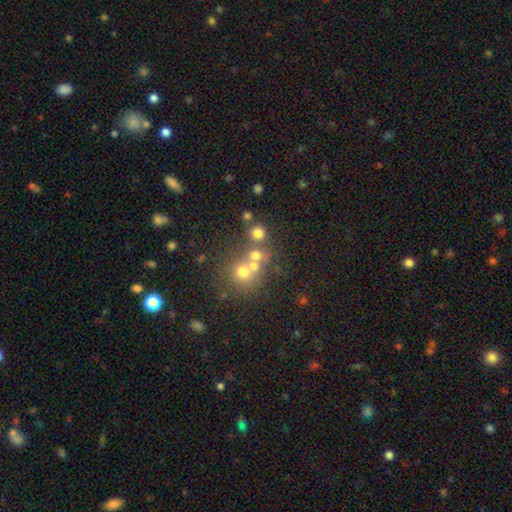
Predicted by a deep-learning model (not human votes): The model was most divided on "merging": none: 47%, merger: 40%, minor disturbance: 8%, major disturbance: 5%. More confident: how rounded — round (83%); smooth or featured — smooth (61%).